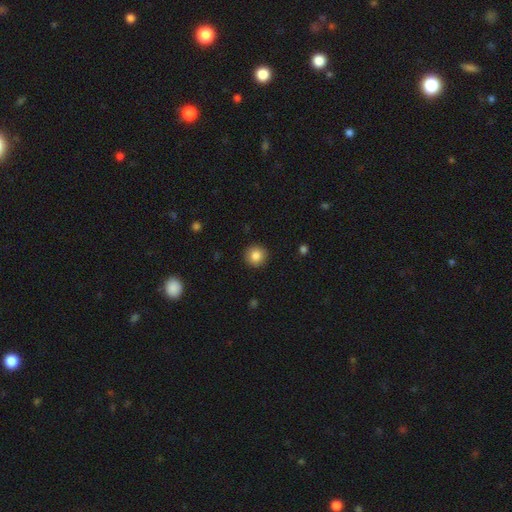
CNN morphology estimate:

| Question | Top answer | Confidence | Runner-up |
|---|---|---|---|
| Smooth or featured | smooth | 85% | star or artifact (9%) |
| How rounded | round | 95% | in between (4%) |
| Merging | none | 92% | minor disturbance (5%) |